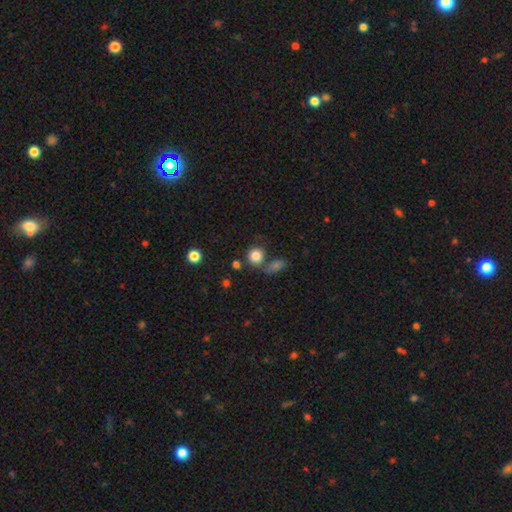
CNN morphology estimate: Smooth or featured? smooth (83%)
How rounded? round (85%)
Merging? none (65%)